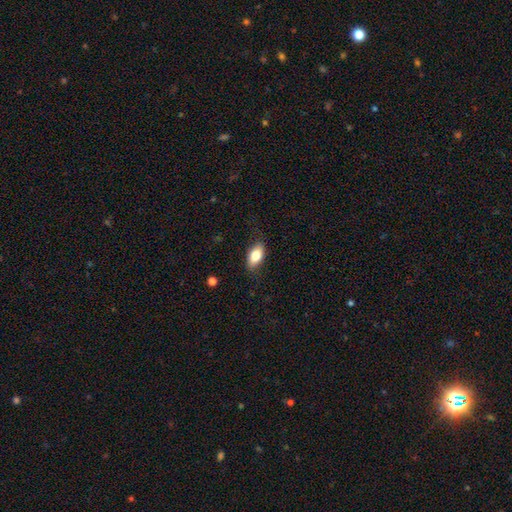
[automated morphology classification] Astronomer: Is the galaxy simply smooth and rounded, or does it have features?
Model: smooth — 81%.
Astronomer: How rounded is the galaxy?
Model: in between — 90%.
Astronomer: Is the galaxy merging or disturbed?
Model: none — 81%.